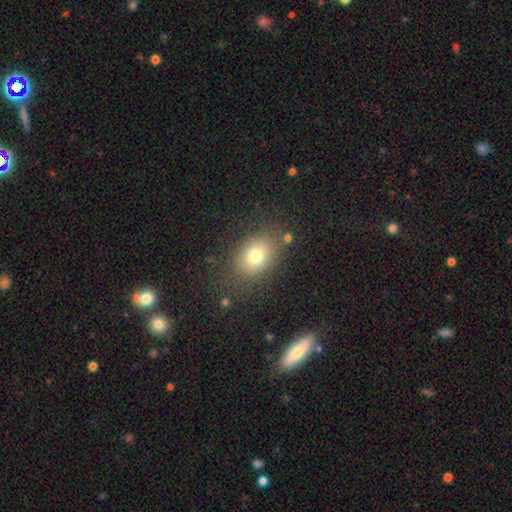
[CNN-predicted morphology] A smooth galaxy with no disk features (76%) that is in between round and cigar-shaped (70%).

Vote fractions:
- Smooth or featured? smooth: 76% / star or artifact: 12% / featured or disk: 12%
- How rounded? in between: 70% / round: 29% / cigar-shaped: 1%
- Merging? none: 80% / minor disturbance: 12% / major disturbance: 5% / merger: 3%